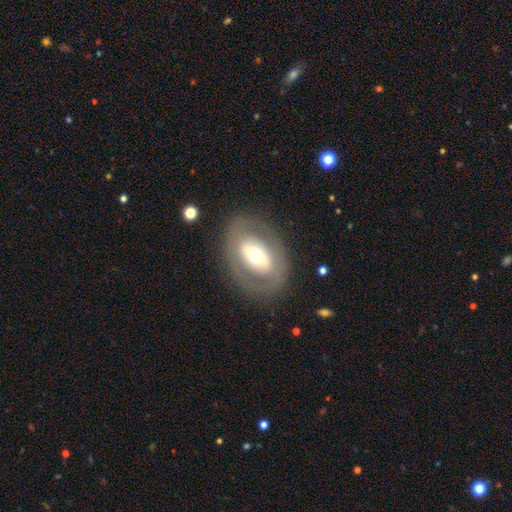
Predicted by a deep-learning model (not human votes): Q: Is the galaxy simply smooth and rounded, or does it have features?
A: featured or disk — 53%.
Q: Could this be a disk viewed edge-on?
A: no — 91%.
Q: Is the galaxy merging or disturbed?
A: none — 80%.